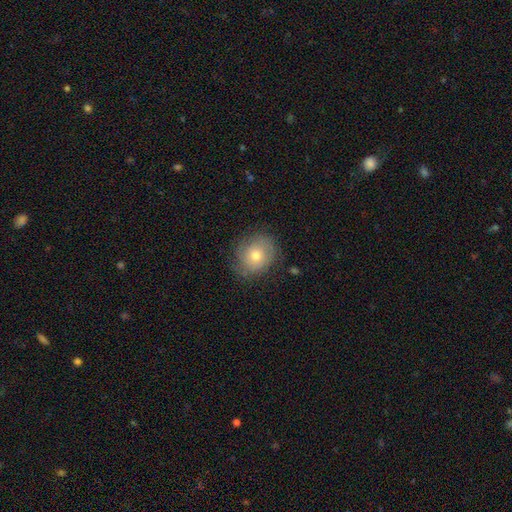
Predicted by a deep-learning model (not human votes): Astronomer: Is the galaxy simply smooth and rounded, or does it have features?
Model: smooth — 63%.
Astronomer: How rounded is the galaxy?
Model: round — 73%.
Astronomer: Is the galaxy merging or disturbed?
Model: none — 75%.